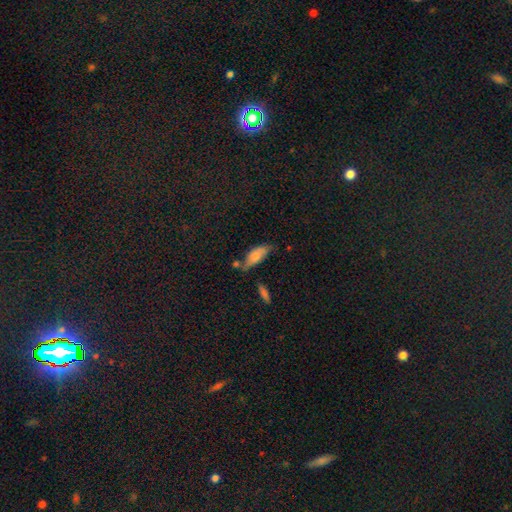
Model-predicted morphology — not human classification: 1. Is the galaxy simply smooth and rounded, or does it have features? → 71% smooth, 21% featured or disk, 8% star or artifact.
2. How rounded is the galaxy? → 81% in between, 16% cigar-shaped, 3% round.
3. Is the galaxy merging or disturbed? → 45% none, 31% minor disturbance, 14% merger, 10% major disturbance.